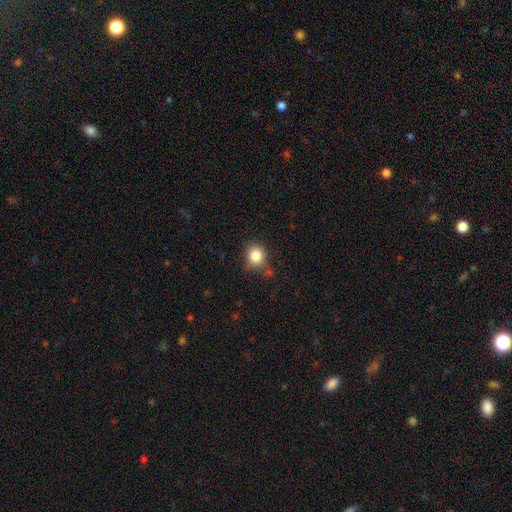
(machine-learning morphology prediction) This is clearly a smooth galaxy (84%). How rounded: likely round (77%). Merging: likely none (79%).